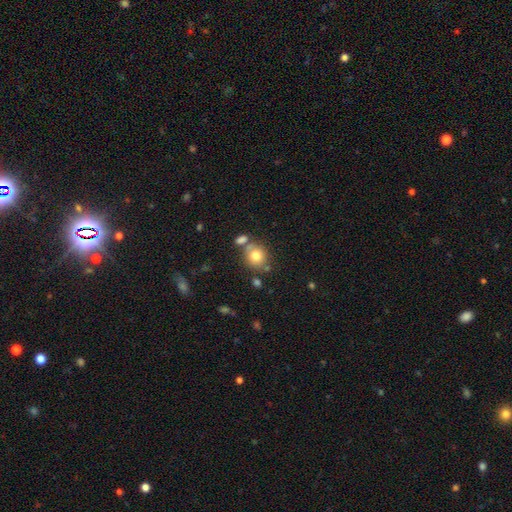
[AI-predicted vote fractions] A smooth galaxy with no disk features (78%) that is round (77%).

Vote fractions:
- Smooth or featured? smooth: 78% / featured or disk: 12% / star or artifact: 10%
- How rounded? round: 77% / in between: 22% / cigar-shaped: 1%
- Merging? none: 64% / merger: 19% / minor disturbance: 13% / major disturbance: 4%